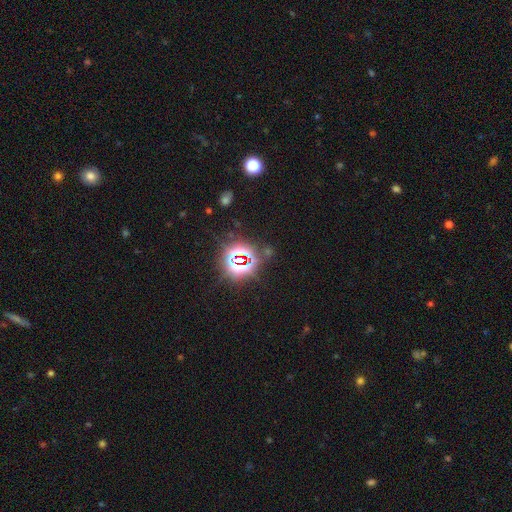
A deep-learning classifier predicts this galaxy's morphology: Smooth or featured? Predicted: star or artifact (p=0.82).